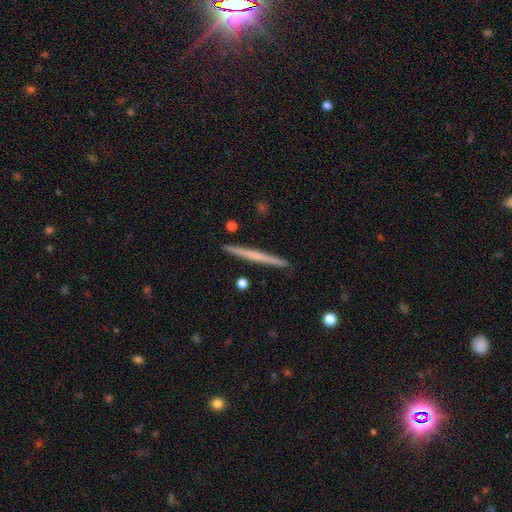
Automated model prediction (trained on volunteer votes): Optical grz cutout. It shows a featured or disk galaxy (48%). Merging: none (92%).